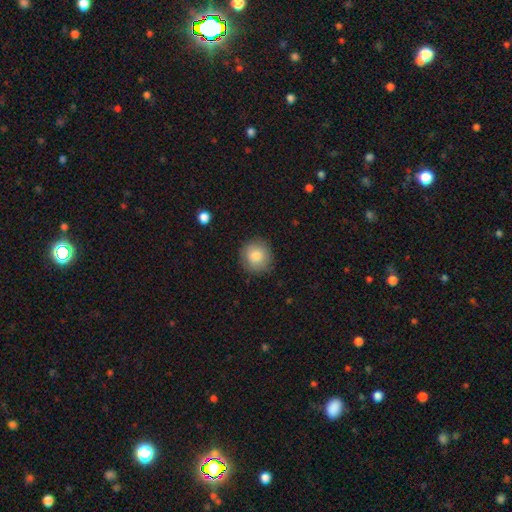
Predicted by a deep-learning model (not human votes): A smooth galaxy with no disk features (84%) that is round (92%).

Vote fractions:
- Smooth or featured? smooth: 84% / featured or disk: 8% / star or artifact: 8%
- How rounded? round: 92% / in between: 7% / cigar-shaped: 1%
- Merging? none: 88% / minor disturbance: 9% / major disturbance: 2% / merger: 1%